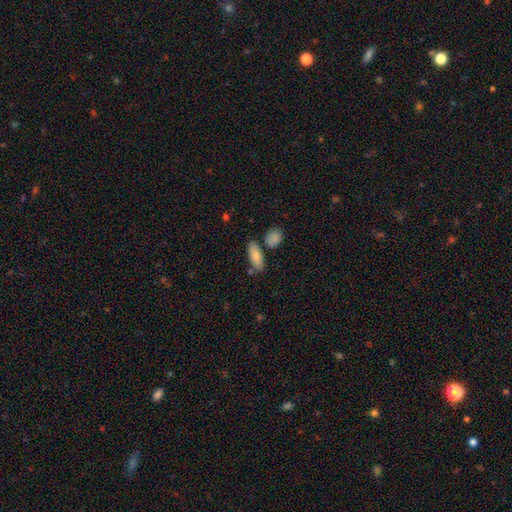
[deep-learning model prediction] Smooth or featured? Predicted: smooth (p=0.80). How rounded? Predicted: in between (p=0.76). Merging? Predicted: none (p=0.72).